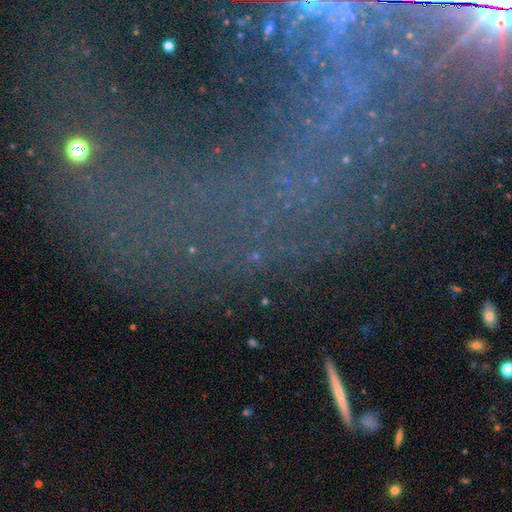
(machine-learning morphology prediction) This appears to be a star or artifact, not a galaxy (72%).